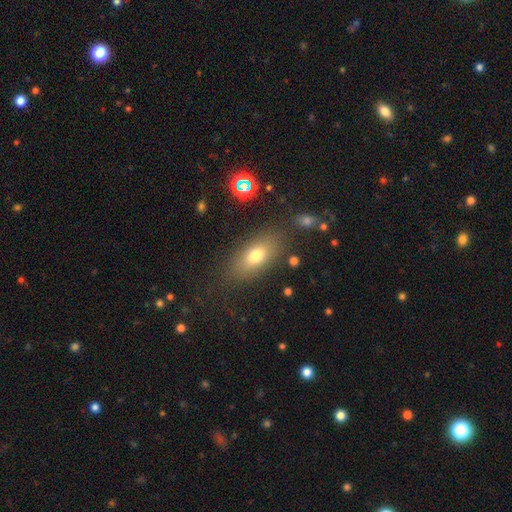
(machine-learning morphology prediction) A smooth galaxy with no disk features (73%) that is in between round and cigar-shaped (82%).

Vote fractions:
- Smooth or featured? smooth: 73% / featured or disk: 15% / star or artifact: 11%
- How rounded? in between: 82% / cigar-shaped: 9% / round: 9%
- Merging? none: 81% / minor disturbance: 12% / major disturbance: 5% / merger: 3%